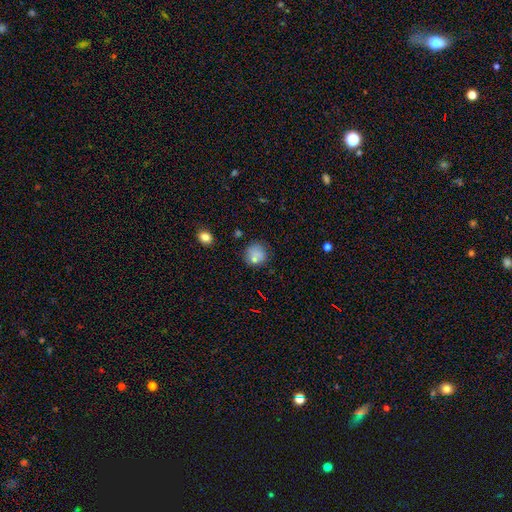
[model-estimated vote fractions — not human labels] A smooth galaxy with no disk features (77%) that is round (85%).

Vote fractions:
- Smooth or featured? smooth: 77% / star or artifact: 12% / featured or disk: 11%
- How rounded? round: 85% / in between: 14% / cigar-shaped: 1%
- Merging? none: 69% / minor disturbance: 19% / major disturbance: 6% / merger: 6%